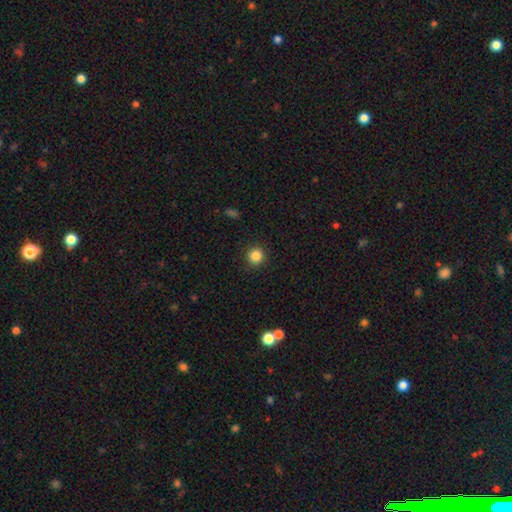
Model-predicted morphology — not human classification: A smooth galaxy with no disk features (85%) that is round (94%).

Vote fractions:
- Smooth or featured? smooth: 85% / star or artifact: 11% / featured or disk: 3%
- How rounded? round: 94% / in between: 5% / cigar-shaped: 1%
- Merging? none: 91% / minor disturbance: 6% / major disturbance: 2% / merger: 1%